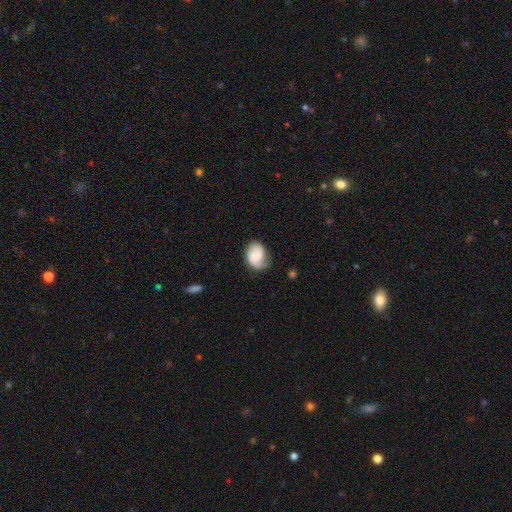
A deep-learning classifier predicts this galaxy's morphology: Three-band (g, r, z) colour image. It shows a smooth galaxy with no disk features (52%) that is in between round and cigar-shaped (66%). Merging: none (58%).